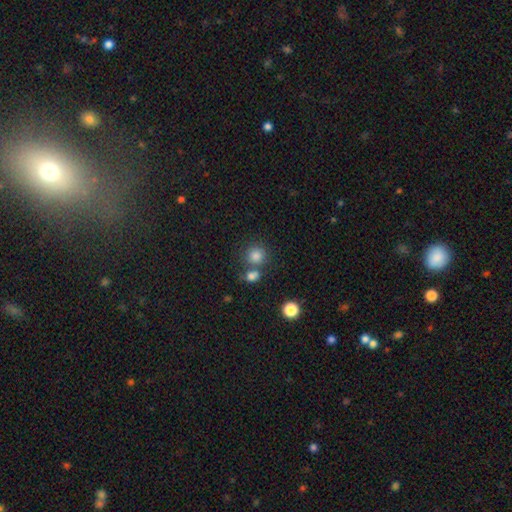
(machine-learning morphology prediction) smooth_or_featured: smooth (p=0.82) [alt: star or artifact p=0.12]
how_rounded: round (p=0.87) [alt: in between p=0.12]
merging: none (p=0.62) [alt: merger p=0.25]